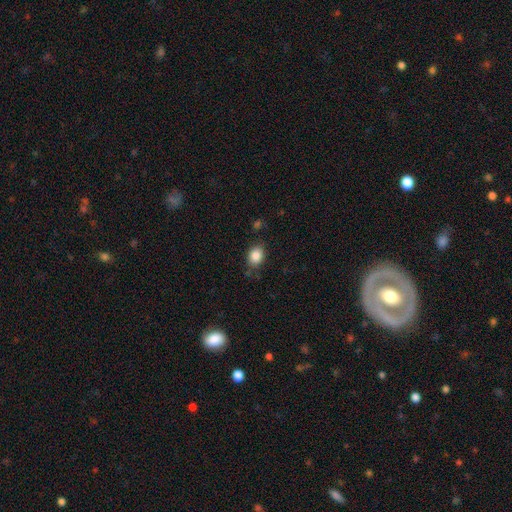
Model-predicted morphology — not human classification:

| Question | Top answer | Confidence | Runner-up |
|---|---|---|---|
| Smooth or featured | smooth | 86% | star or artifact (9%) |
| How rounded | in between | 64% | round (34%) |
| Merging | none | 79% | minor disturbance (14%) |